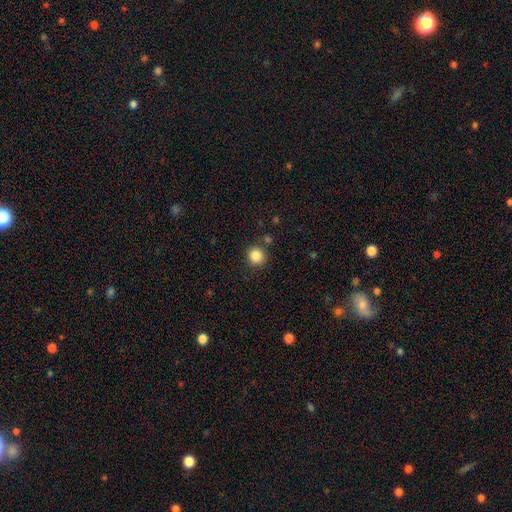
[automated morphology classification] type=smooth (85%); roundness=round (92%); merging=none (86%).